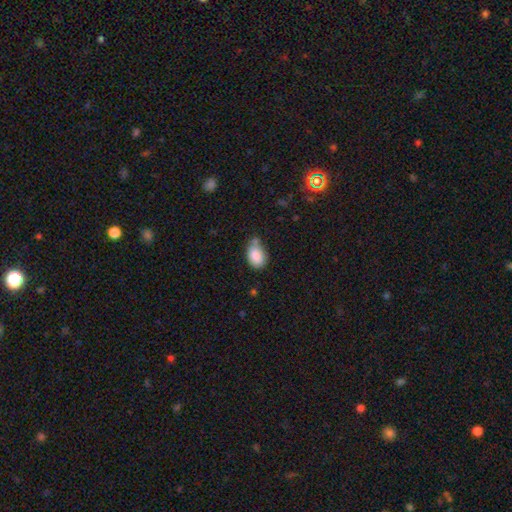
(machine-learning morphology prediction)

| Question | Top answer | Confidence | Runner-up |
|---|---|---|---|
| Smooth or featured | smooth | 85% | star or artifact (8%) |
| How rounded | in between | 84% | round (15%) |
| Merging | none | 56% | minor disturbance (25%) |